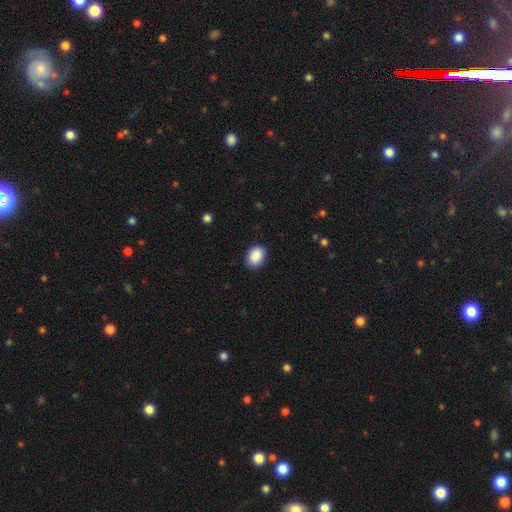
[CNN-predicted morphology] This appears to be a smooth galaxy with no disk features (90%) that is in between round and cigar-shaped (66%). Merging: none (88%).